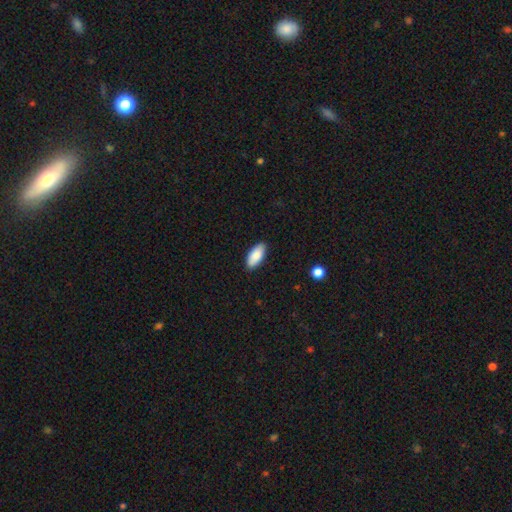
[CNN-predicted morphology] smooth 88%, featured or disk 7%, star or artifact 6%. Down the decision tree: how rounded — in between (90%); merging — none (88%).